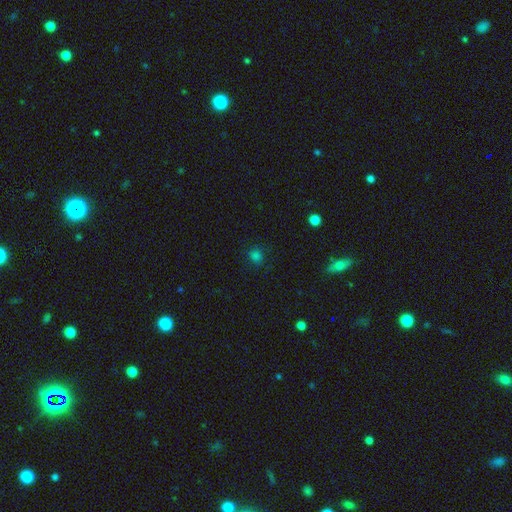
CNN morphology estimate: This appears to be a smooth galaxy with no disk features (75%) that is round (77%). Merging: none (81%).